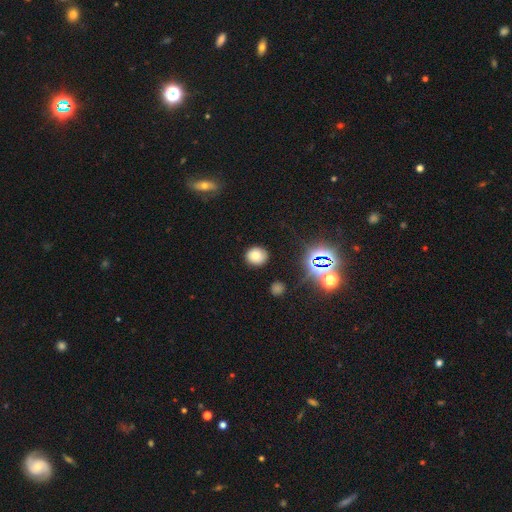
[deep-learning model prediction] A smooth galaxy with no disk features (76%) that is round (80%). Merging: none (87%).